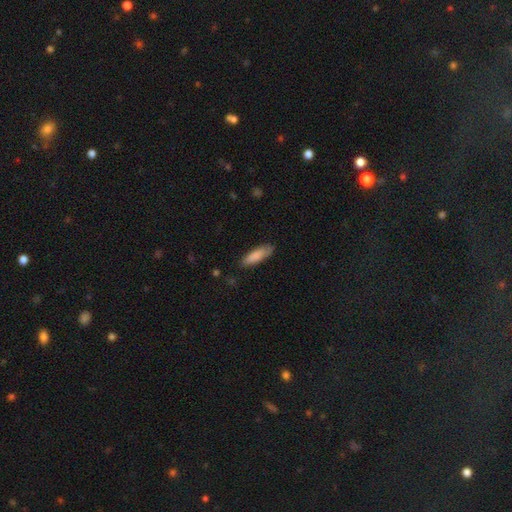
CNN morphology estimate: Smooth or featured?
  - smooth: 85% *
  - featured or disk: 10%
  - star or artifact: 6%
How rounded?
  - cigar-shaped: 49% * (tied)
  - in between: 49% * (tied)
  - round: 1%
Merging?
  - none: 80% *
  - minor disturbance: 15%
  - major disturbance: 3%
  - merger: 1%